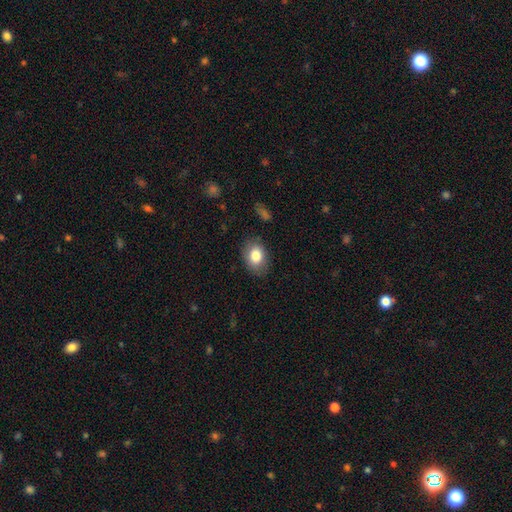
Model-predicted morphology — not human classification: type=smooth (82%); roundness=in between (72%); merging=none (82%).